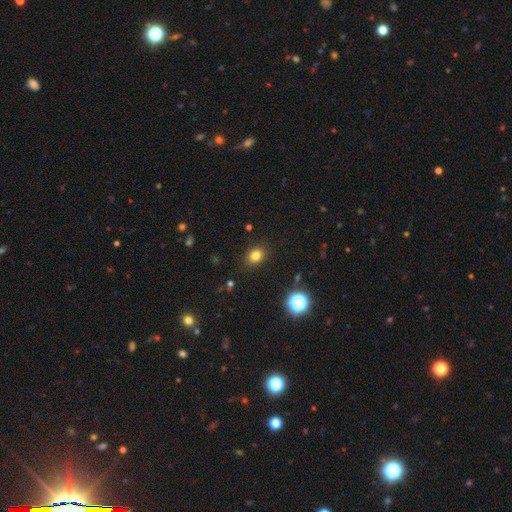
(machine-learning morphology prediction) This is likely a smooth galaxy (80%). How rounded: possibly round (51%). Merging: clearly none (88%).